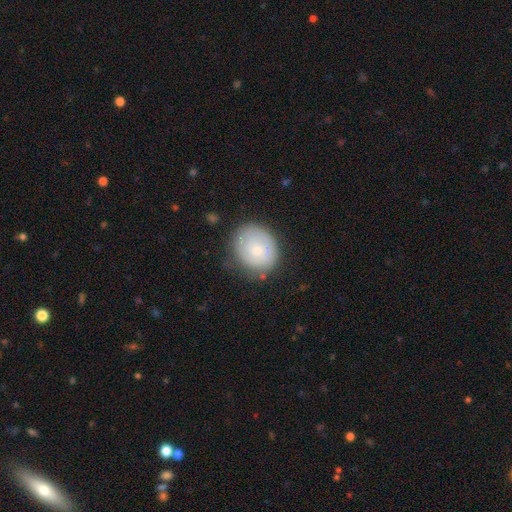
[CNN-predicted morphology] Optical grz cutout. It shows a smooth galaxy with no disk features (62%) that is round (63%). Merging: none (69%).